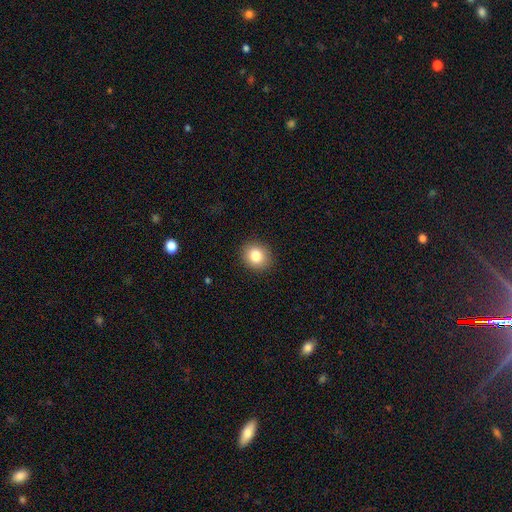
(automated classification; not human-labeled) This is clearly a smooth galaxy (83%). How rounded: likely round (77%). Merging: clearly none (90%).